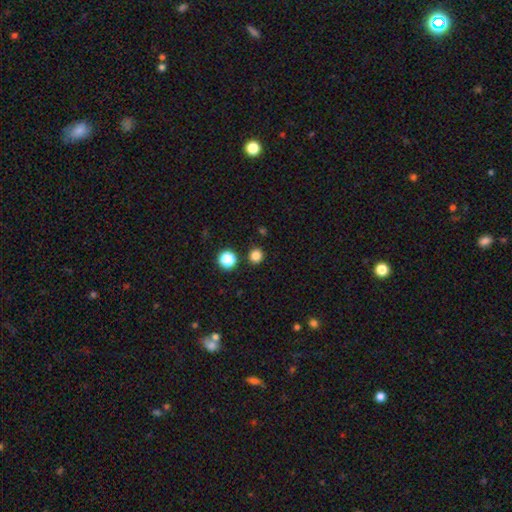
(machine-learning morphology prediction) The model was most divided on "smooth or featured": smooth: 83%, star or artifact: 14%, featured or disk: 3%. More confident: how rounded — round (93%); merging — none (89%).